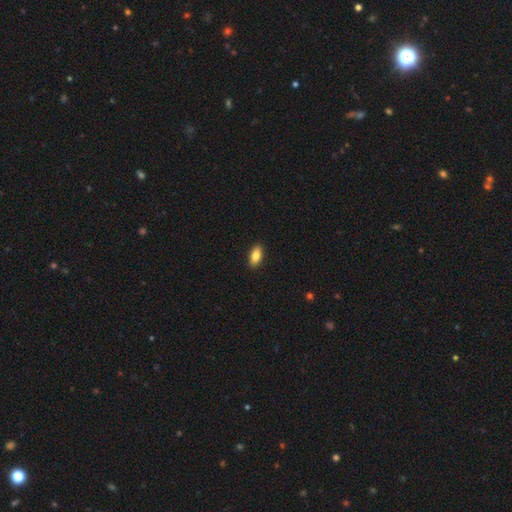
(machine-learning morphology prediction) Q: Smooth or featured?
A: smooth (84%); runner-up: featured or disk (9%)
Q: How rounded?
A: in between (90%); runner-up: cigar-shaped (8%)
Q: Merging?
A: none (90%); runner-up: minor disturbance (7%)